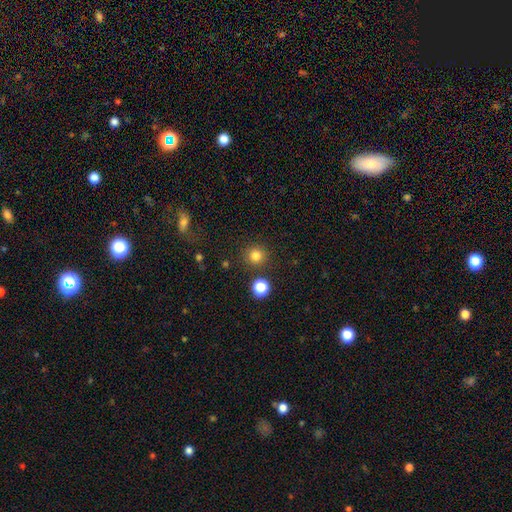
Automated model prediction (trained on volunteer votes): The model was most divided on "smooth or featured": smooth: 81%, star or artifact: 14%, featured or disk: 5%. More confident: how rounded — round (93%); merging — none (87%).